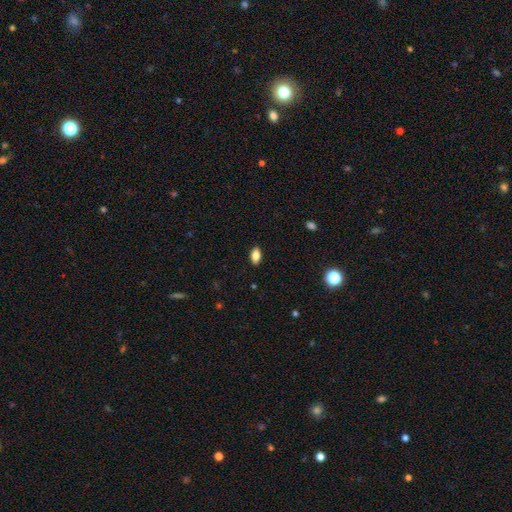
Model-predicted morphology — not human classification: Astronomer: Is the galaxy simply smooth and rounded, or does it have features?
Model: smooth — 82%.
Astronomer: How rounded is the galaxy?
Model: in between — 90%.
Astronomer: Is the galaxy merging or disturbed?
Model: none — 89%.